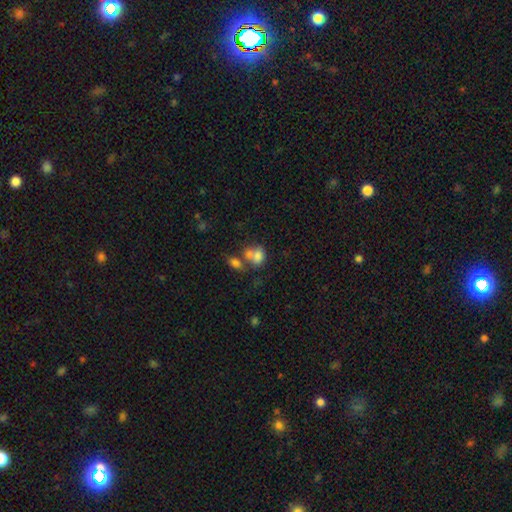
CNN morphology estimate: smooth-or-featured: smooth: 74% | featured or disk: 15% | star or artifact: 11%
  how-rounded: in between: 69% | round: 29% | cigar-shaped: 2%
  merging: merger: 53% | none: 28% | minor disturbance: 11% | major disturbance: 7%